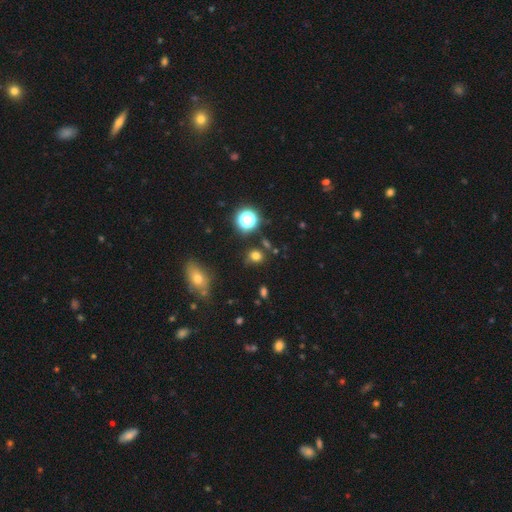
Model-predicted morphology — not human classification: Smooth or featured: smooth — 72% (star or artifact — 22%)
How rounded: round — 73% (in between — 25%)
Merging: none — 78% (minor disturbance — 13%)